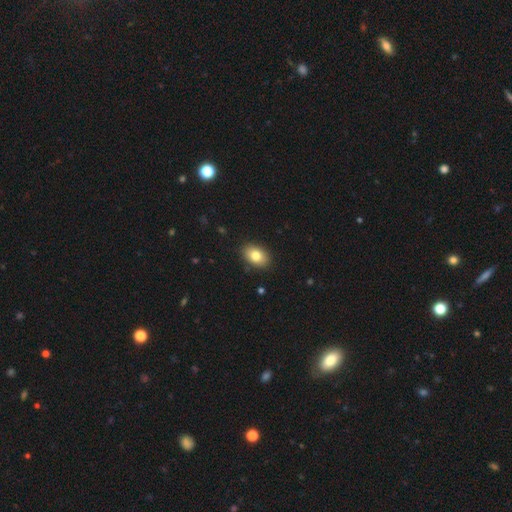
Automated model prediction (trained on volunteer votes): Overall: smooth (82%). How rounded: in between (83%). Merging: none (89%).